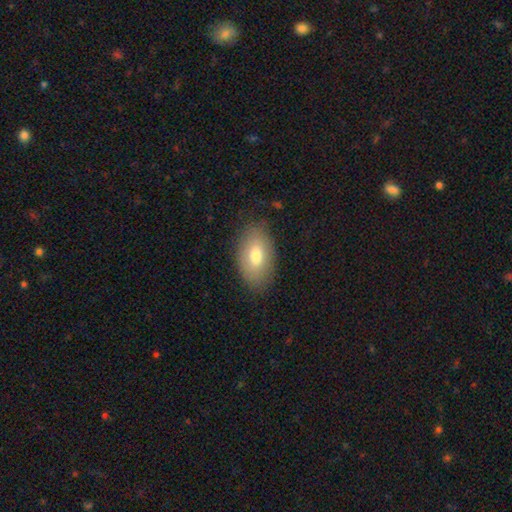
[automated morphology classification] Overall: smooth (75%). How rounded: in between (92%). Merging: none (82%).